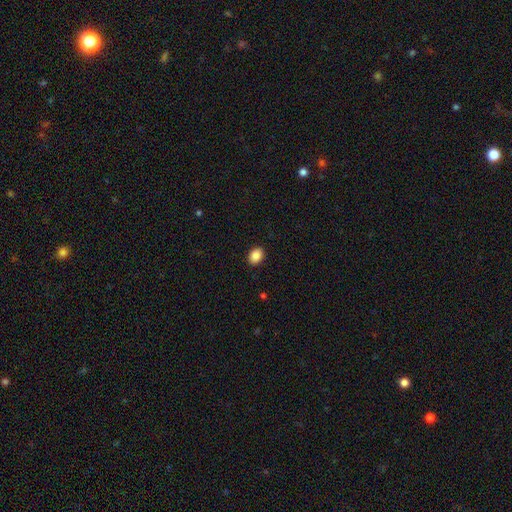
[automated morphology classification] type=smooth (88%); roundness=in between (69%); merging=none (91%).